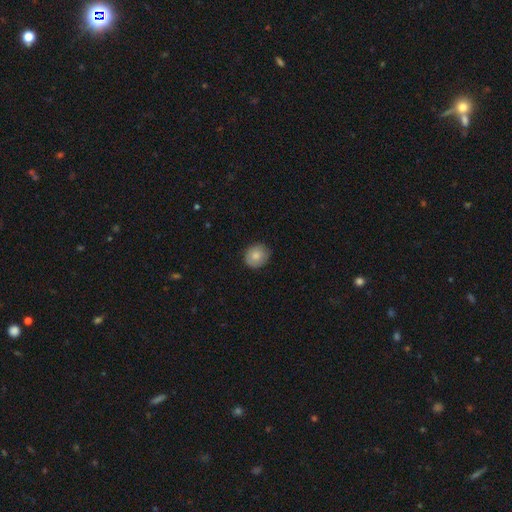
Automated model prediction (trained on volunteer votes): Smooth or featured?
  - smooth: 82% *
  - featured or disk: 11%
  - star or artifact: 8%
How rounded?
  - round: 77% *
  - in between: 22%
  - cigar-shaped: 1%
Merging?
  - none: 84% *
  - minor disturbance: 13%
  - major disturbance: 2%
  - merger: 1%